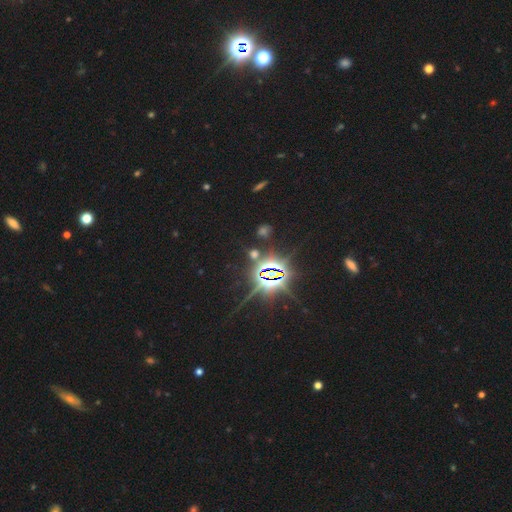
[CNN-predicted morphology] This is clearly a star or artifact rather than a galaxy (84%).